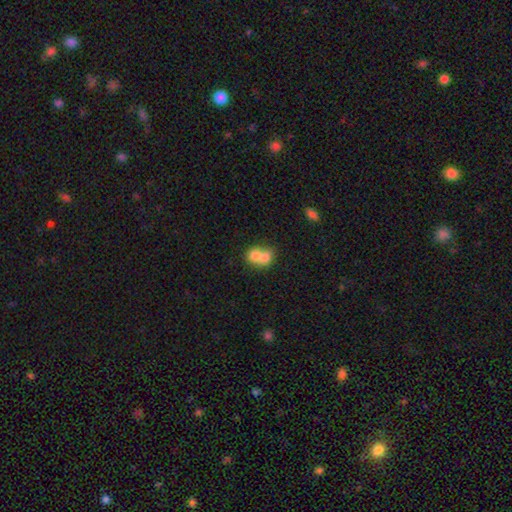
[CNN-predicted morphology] The model was most divided on "how rounded": round: 63%, in between: 36%, cigar-shaped: 1%. More confident: merging — merger (73%); smooth or featured — smooth (71%).